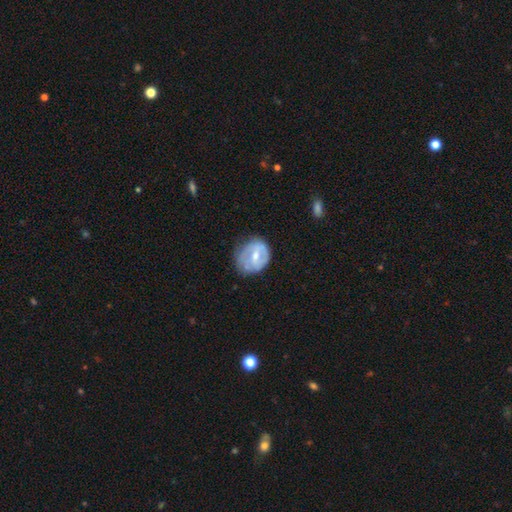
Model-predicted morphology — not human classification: smooth_or_featured: featured or disk (p=0.57) [alt: smooth p=0.37]
disk_edge_on: no (p=0.97) [alt: yes p=0.03]
bar: weak (p=0.48) [alt: strong p=0.26]
has_spiral_arms: yes (p=0.52) [alt: no p=0.48]
bulge_size: moderate (p=0.58) [alt: small p=0.34]
merging: none (p=0.53) [alt: minor disturbance p=0.31]